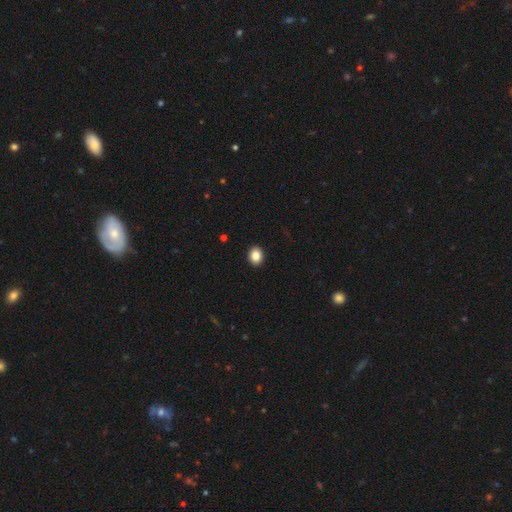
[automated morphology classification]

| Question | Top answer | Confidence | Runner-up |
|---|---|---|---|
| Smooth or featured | smooth | 86% | star or artifact (9%) |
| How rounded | round | 50% | in between (49%) |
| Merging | none | 92% | minor disturbance (5%) |